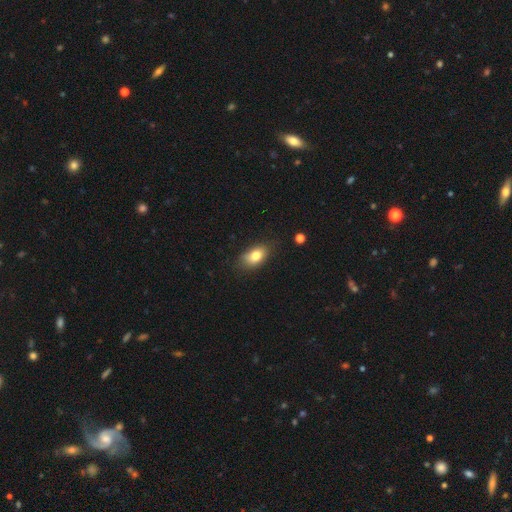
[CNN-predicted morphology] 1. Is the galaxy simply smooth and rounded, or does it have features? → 79% smooth, 12% featured or disk, 9% star or artifact.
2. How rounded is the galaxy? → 86% in between, 11% round, 3% cigar-shaped.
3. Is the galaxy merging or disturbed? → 76% none, 19% minor disturbance, 4% major disturbance, 2% merger.